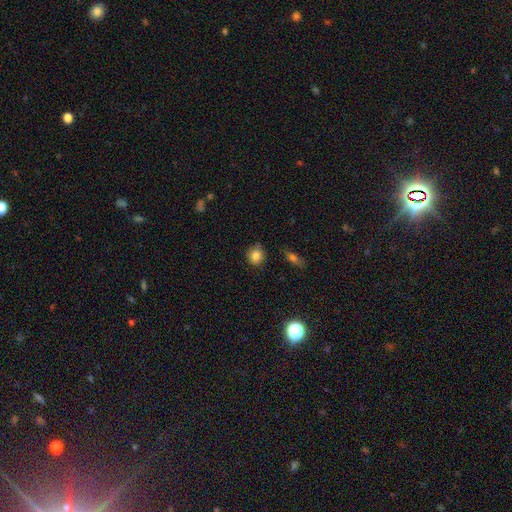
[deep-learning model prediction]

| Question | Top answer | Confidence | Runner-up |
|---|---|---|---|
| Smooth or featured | smooth | 84% | star or artifact (11%) |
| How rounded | round | 82% | in between (17%) |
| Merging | none | 82% | minor disturbance (13%) |